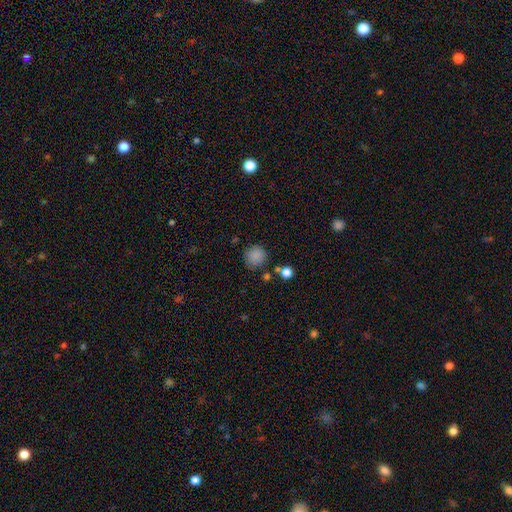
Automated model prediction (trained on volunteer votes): Smooth or featured? smooth (84%)
How rounded? round (91%)
Merging? none (77%)